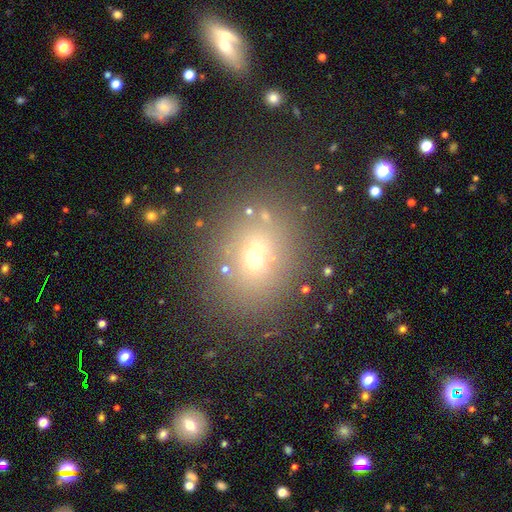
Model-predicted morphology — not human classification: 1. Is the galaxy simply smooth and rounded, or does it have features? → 63% smooth, 24% star or artifact, 13% featured or disk.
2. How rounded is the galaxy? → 54% round, 44% in between, 1% cigar-shaped.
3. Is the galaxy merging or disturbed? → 80% none, 10% minor disturbance, 5% major disturbance, 5% merger.